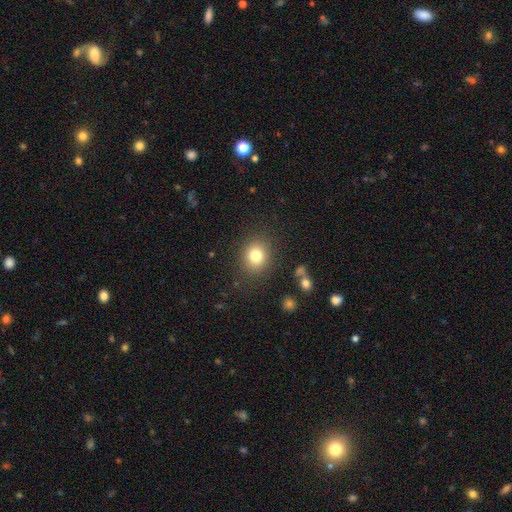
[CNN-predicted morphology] smooth-or-featured: smooth: 79% | star or artifact: 12% | featured or disk: 9%
  how-rounded: round: 72% | in between: 27% | cigar-shaped: 1%
  merging: none: 86% | minor disturbance: 9% | major disturbance: 4% | merger: 2%